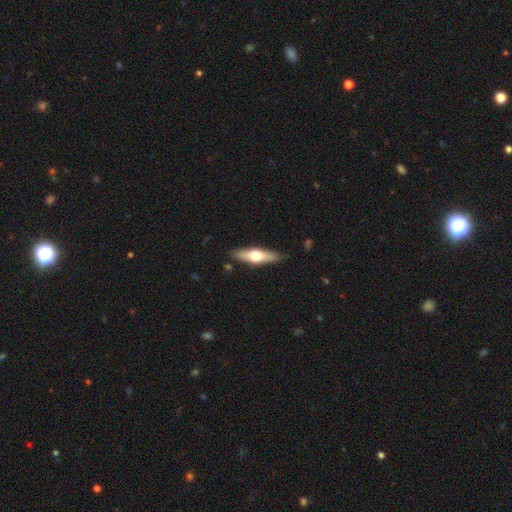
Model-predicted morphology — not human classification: This appears to be a featured or disk galaxy (51%) viewed edge-on (90%). Merging: none (87%).